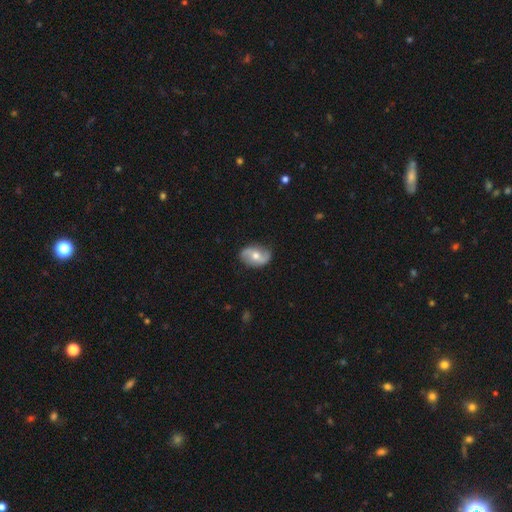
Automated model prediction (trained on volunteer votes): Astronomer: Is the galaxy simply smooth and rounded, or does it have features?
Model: featured or disk — 65%.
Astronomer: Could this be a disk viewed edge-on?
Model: no — 95%.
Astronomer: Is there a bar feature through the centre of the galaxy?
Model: no — 50% (runner-up: weak, 35%).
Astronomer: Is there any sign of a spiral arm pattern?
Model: yes — 83%.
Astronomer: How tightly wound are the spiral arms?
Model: loose — 64%.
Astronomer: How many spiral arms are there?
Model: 2 — 90%.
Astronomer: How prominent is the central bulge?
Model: moderate — 72%.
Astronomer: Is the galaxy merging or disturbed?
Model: none — 80%.